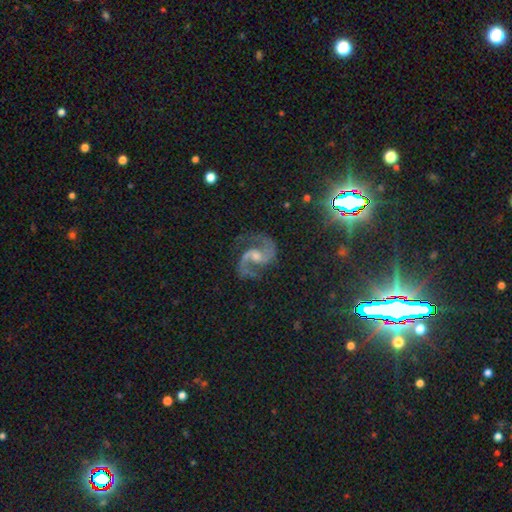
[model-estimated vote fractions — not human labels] featured or disk 88%, star or artifact 9%, smooth 3%. Down the decision tree: edge-on disk — no (98%); bar — weak (43%); spiral arms — yes (98%); spiral arm count — 2 (94%); spiral winding — medium (63%); bulge size — moderate (46%); merging — none (78%).